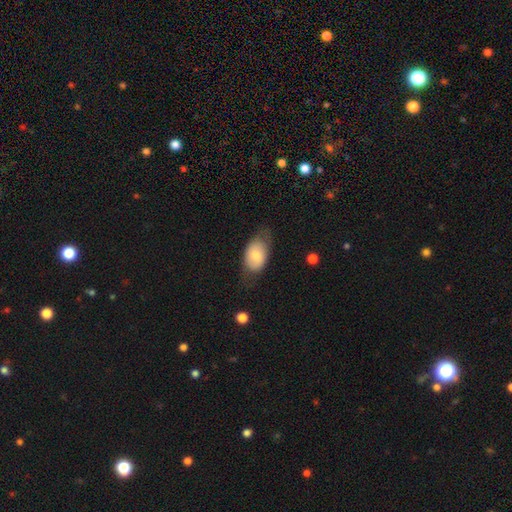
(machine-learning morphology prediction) This is likely a smooth galaxy (73%). How rounded: clearly in between (87%). Merging: possibly none (55%).